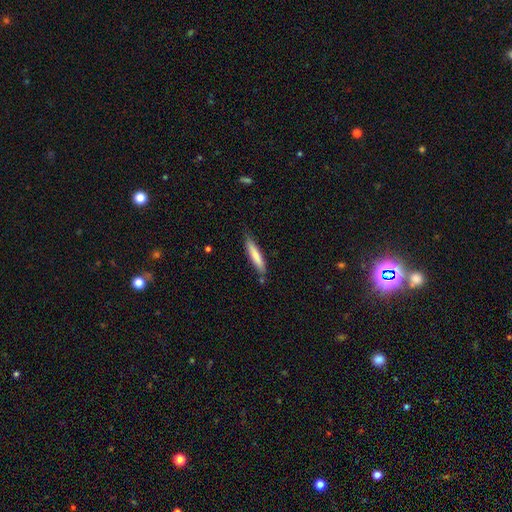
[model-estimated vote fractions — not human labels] Smooth or featured: smooth — 77% (featured or disk — 18%)
How rounded: cigar-shaped — 89% (in between — 10%)
Merging: none — 79% (minor disturbance — 15%)